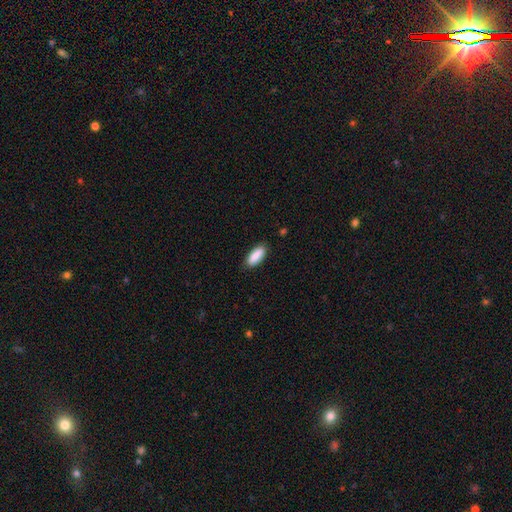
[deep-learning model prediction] Smooth or featured: smooth — 88% (star or artifact — 6%)
How rounded: in between — 76% (cigar-shaped — 22%)
Merging: none — 85% (minor disturbance — 11%)